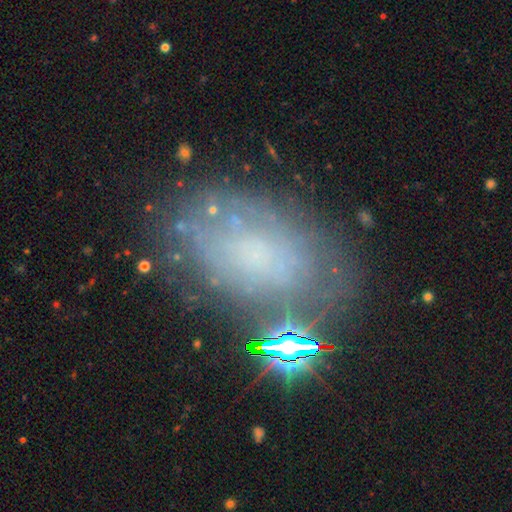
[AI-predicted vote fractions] Smooth or featured: smooth — 41% (featured or disk — 40%)
Merging: none — 66% (minor disturbance — 19%)